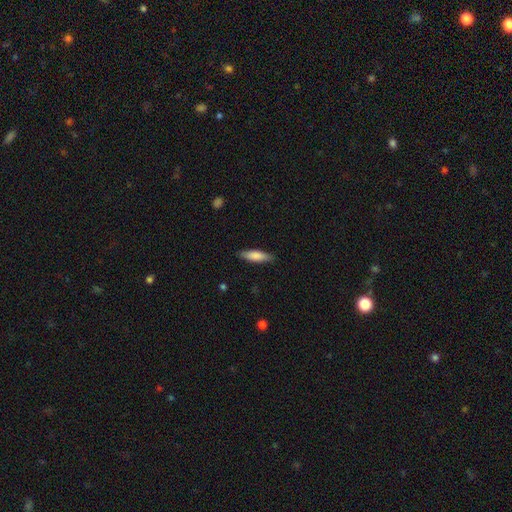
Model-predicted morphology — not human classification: This is likely a smooth galaxy (79%). How rounded: likely cigar-shaped (65%). Merging: clearly none (87%).